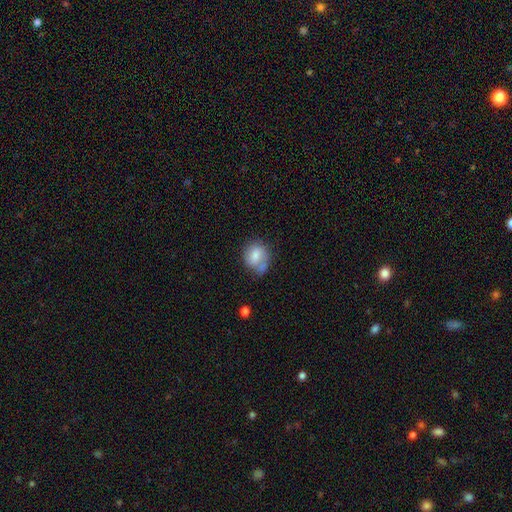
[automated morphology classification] Smooth or featured? smooth (68%)
How rounded? round (58%)
Merging? none (45%)